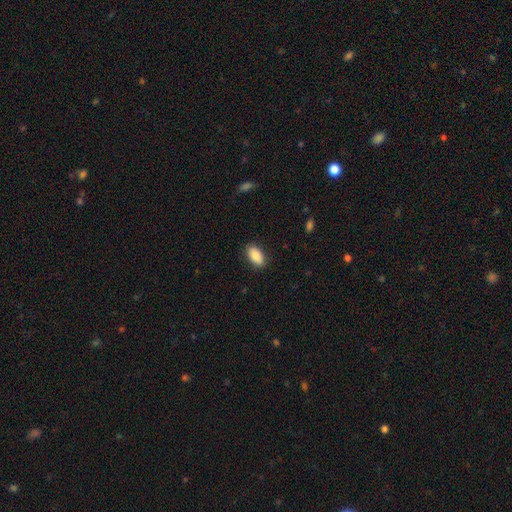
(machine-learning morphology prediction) Smooth or featured? Predicted: smooth (p=0.89). How rounded? Predicted: in between (p=0.93). Merging? Predicted: none (p=0.88).